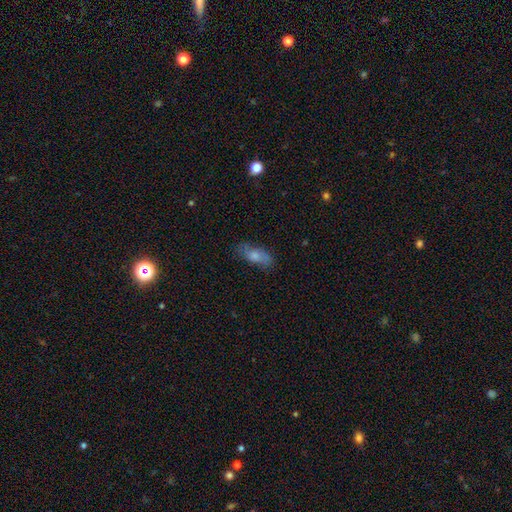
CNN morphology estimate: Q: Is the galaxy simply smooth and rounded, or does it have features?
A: smooth — 68%.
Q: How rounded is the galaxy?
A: in between — 80%.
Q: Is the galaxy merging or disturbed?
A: none — 71%.